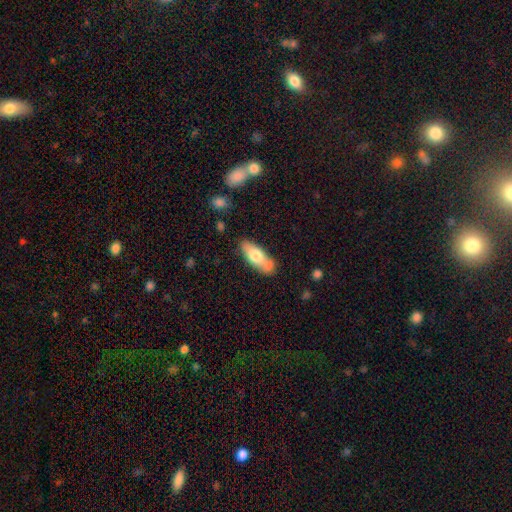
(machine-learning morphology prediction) smooth_or_featured: smooth (p=0.66) [alt: featured or disk p=0.28]
how_rounded: in between (p=0.67) [alt: cigar-shaped p=0.31]
merging: none (p=0.63) [alt: minor disturbance p=0.19]